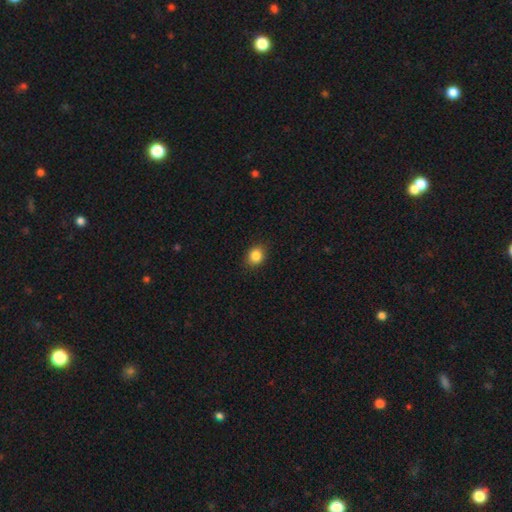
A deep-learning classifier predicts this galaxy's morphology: This is clearly a smooth galaxy (85%). How rounded: likely round (65%). Merging: clearly none (87%).